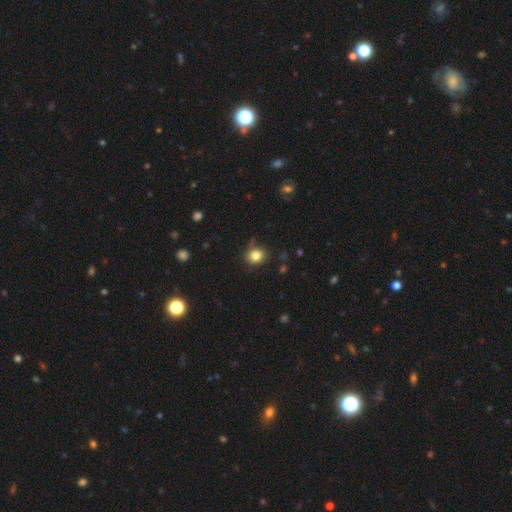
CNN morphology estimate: smooth 83%, star or artifact 12%, featured or disk 6%. Down the decision tree: how rounded — round (75%); merging — none (79%).